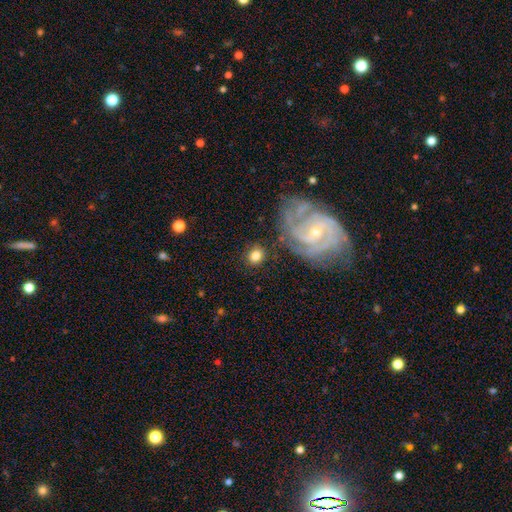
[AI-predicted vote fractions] Smooth or featured? Predicted: smooth (p=0.72). How rounded? Predicted: round (p=0.76). Merging? Predicted: none (p=0.83).